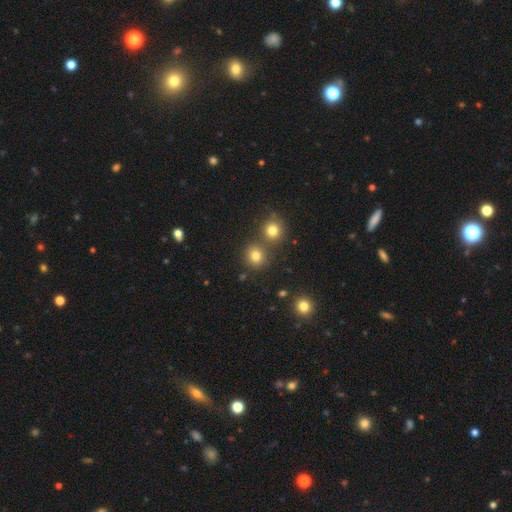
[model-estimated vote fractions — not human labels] A smooth galaxy with no disk features (77%) that is round (88%). Merging: none (70%).